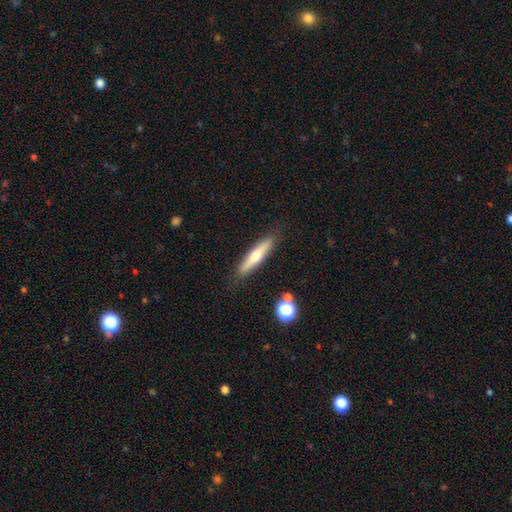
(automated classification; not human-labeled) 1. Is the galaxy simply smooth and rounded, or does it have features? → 56% smooth, 37% featured or disk, 7% star or artifact.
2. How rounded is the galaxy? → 86% cigar-shaped, 13% in between, 2% round.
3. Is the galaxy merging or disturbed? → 86% none, 10% minor disturbance, 2% major disturbance, 2% merger.